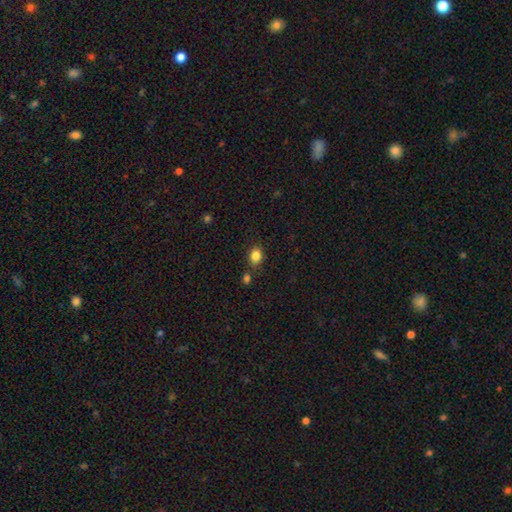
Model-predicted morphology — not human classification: Smooth or featured? Predicted: smooth (p=0.84). How rounded? Predicted: round (p=0.51). Merging? Predicted: none (p=0.76).